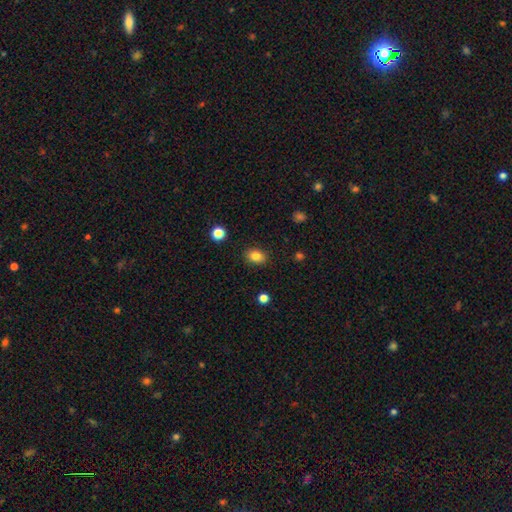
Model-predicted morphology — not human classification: Smooth or featured? Predicted: smooth (p=0.83). How rounded? Predicted: in between (p=0.67). Merging? Predicted: none (p=0.88).